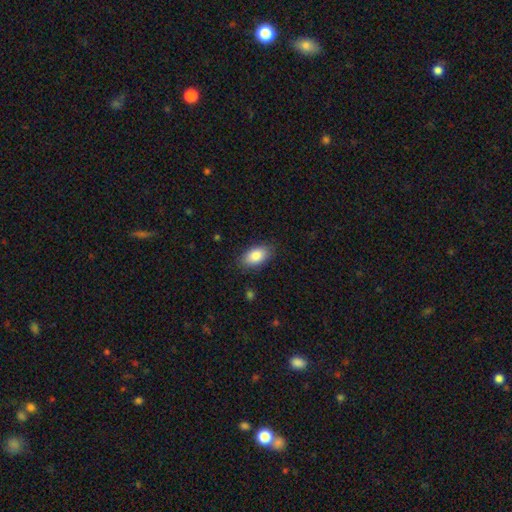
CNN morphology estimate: Smooth or featured? Predicted: smooth (p=0.85). How rounded? Predicted: in between (p=0.93). Merging? Predicted: none (p=0.85).